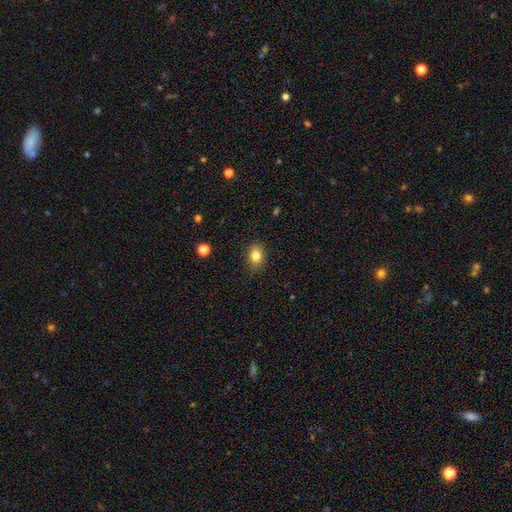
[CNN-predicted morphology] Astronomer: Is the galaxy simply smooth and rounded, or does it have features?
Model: smooth — 82%.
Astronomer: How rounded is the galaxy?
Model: in between — 68%.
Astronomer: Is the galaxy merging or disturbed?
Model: none — 85%.